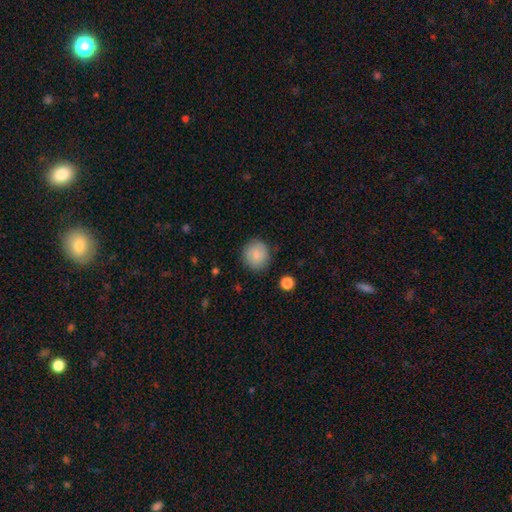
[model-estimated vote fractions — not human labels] The model was most divided on "merging": none: 85%, minor disturbance: 11%, major disturbance: 3%, merger: 1%. More confident: how rounded — round (90%); smooth or featured — smooth (84%).